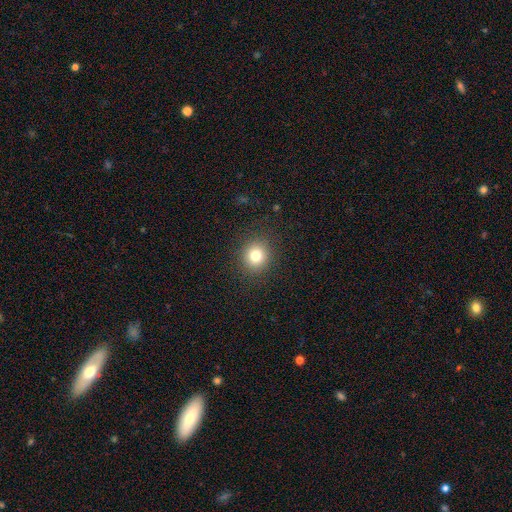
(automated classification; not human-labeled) Smooth or featured? smooth (78%)
How rounded? round (89%)
Merging? none (90%)